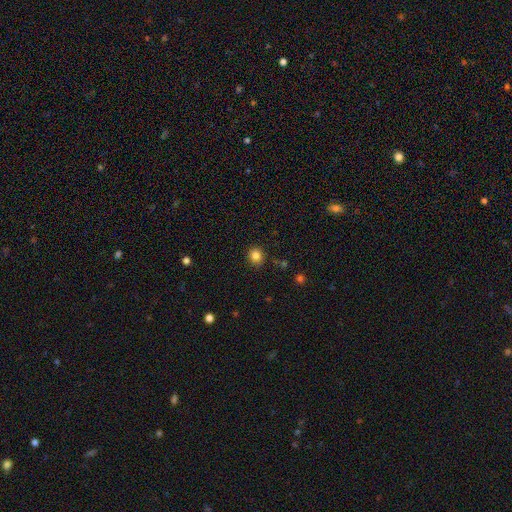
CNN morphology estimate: This is clearly a smooth galaxy (84%). How rounded: clearly round (86%). Merging: clearly none (88%).